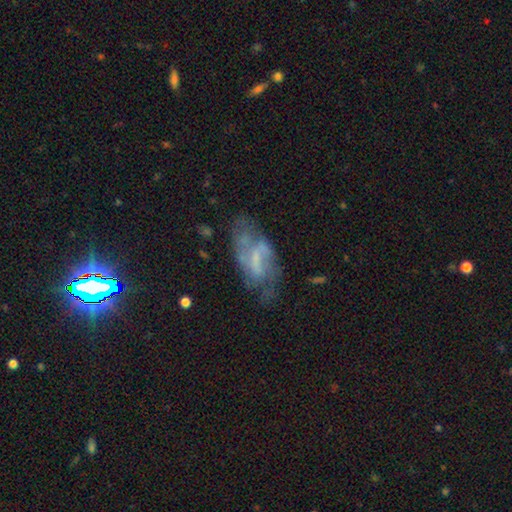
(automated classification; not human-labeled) Q: Smooth or featured?
A: featured or disk (67%); runner-up: smooth (23%)
Q: Edge-on disk?
A: no (93%); runner-up: yes (7%)
Q: Bar?
A: weak (44%); runner-up: no (29%)
Q: Spiral arms?
A: yes (72%); runner-up: no (28%)
Q: Bulge size?
A: none (44%); runner-up: small (34%)
Q: Merging?
A: none (51%); runner-up: minor disturbance (25%)